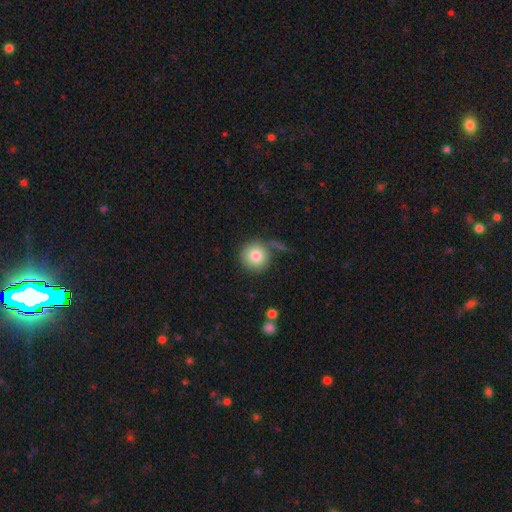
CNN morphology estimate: type=smooth (81%); roundness=round (94%); merging=none (71%).